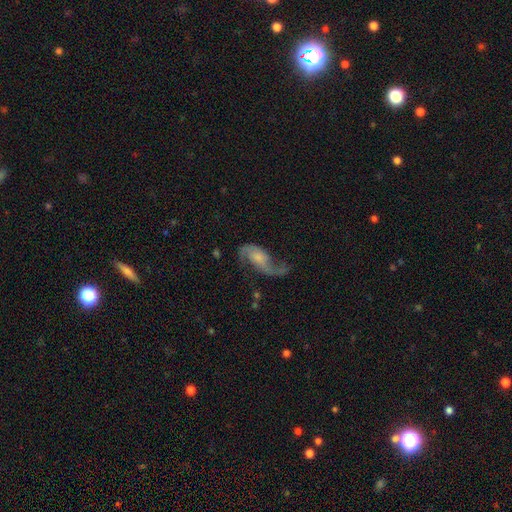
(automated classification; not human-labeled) This is clearly a featured or disk galaxy (81%). It is clearly not viewed edge-on (95%). Bar: possibly no (60%). Spiral arm pattern: clearly yes (94%). Spiral arm count: clearly 2 (85%). Spiral winding: likely loose (73%). Central bulge: marginally small (39%). Merging: possibly none (53%).